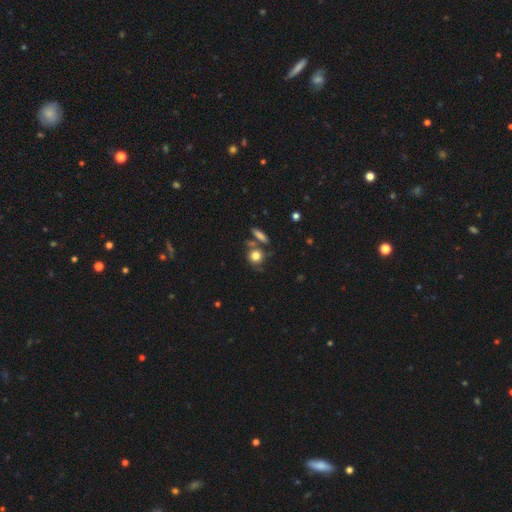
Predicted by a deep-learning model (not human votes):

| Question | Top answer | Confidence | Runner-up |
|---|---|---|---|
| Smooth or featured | smooth | 75% | featured or disk (14%) |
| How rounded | round | 79% | in between (18%) |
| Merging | none | 58% | merger (20%) |